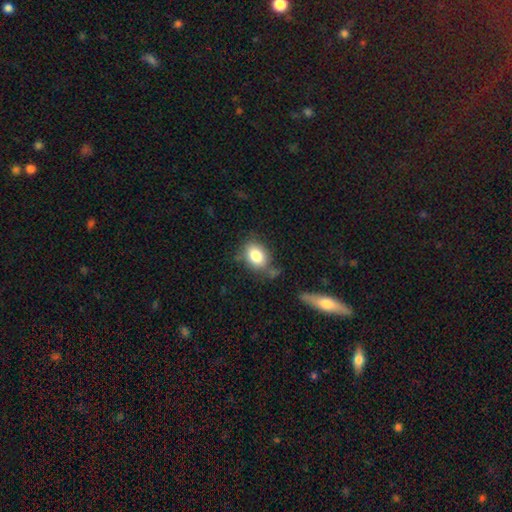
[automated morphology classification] This appears to be a smooth galaxy with no disk features (82%) that is in between round and cigar-shaped (67%). Merging: none (68%).